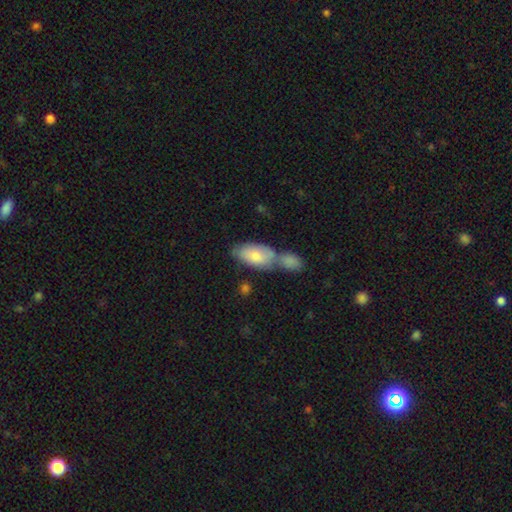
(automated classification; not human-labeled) Smooth or featured? smooth (76%)
How rounded? in between (92%)
Merging? merger (48%)